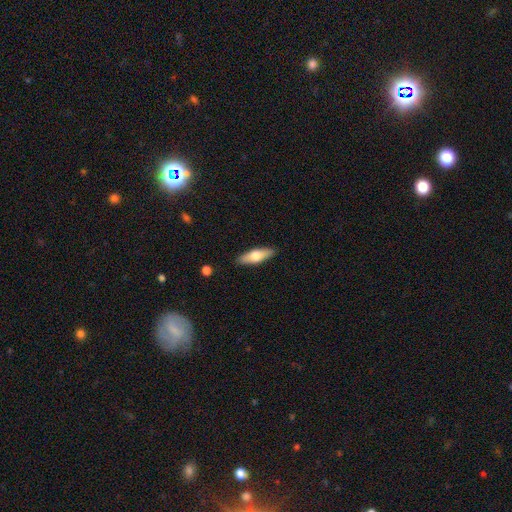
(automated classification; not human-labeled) This appears to be a smooth galaxy with no disk features (60%) that is in between round and cigar-shaped (51%). Merging: none (89%).